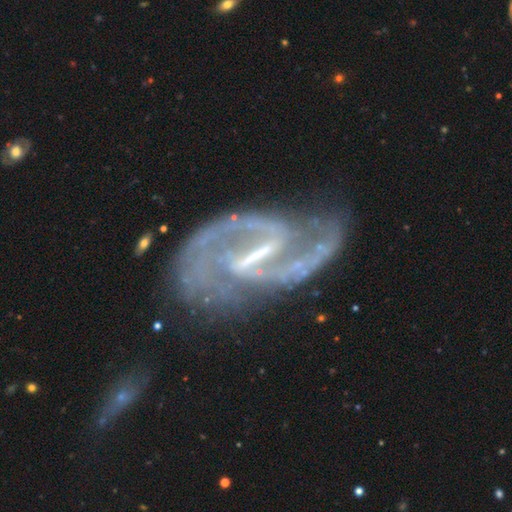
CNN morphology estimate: Overall: featured or disk (91%). Edge-on disk: no (97%). Bar: strong (59%; weak 34%). Spiral arms: yes (96%). Spiral arm count: 2 (81%). Spiral winding: medium (53%; loose 25%). Bulge size: small (48%; none 28%). Merging: none (60%; minor disturbance 20%).